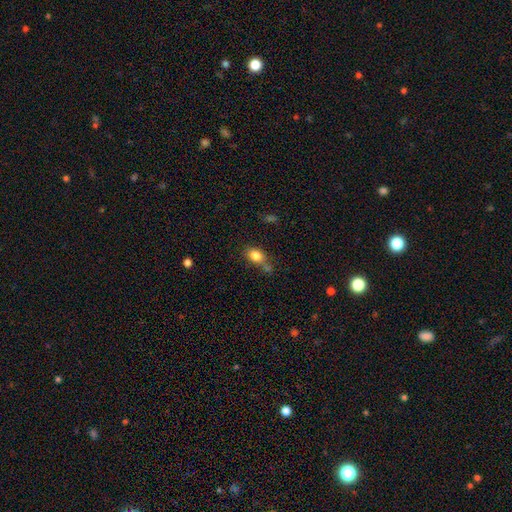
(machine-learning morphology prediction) Smooth or featured?
  - smooth: 83% *
  - star or artifact: 9%
  - featured or disk: 8%
How rounded?
  - in between: 71% *
  - round: 27%
  - cigar-shaped: 2%
Merging?
  - none: 55% *
  - merger: 20%
  - minor disturbance: 19%
  - major disturbance: 7%